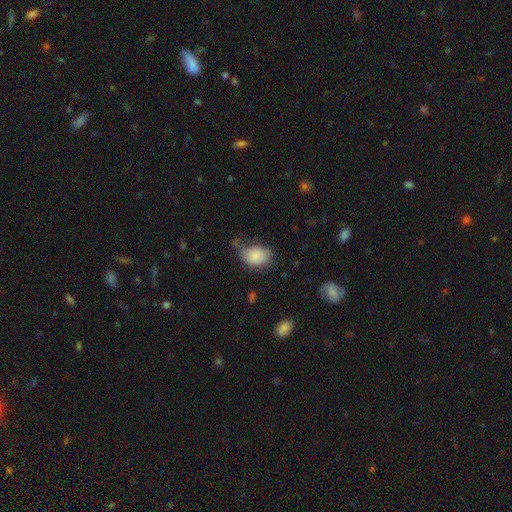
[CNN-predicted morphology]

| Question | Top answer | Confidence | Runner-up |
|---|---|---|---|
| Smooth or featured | smooth | 84% | featured or disk (8%) |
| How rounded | in between | 76% | round (22%) |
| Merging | none | 46% | minor disturbance (35%) |